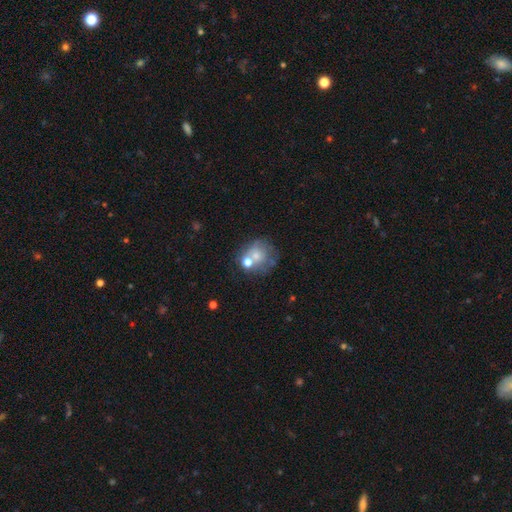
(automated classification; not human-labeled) Smooth or featured? Predicted: smooth (p=0.54). How rounded? Predicted: round (p=0.79). Merging? Predicted: none (p=0.45).